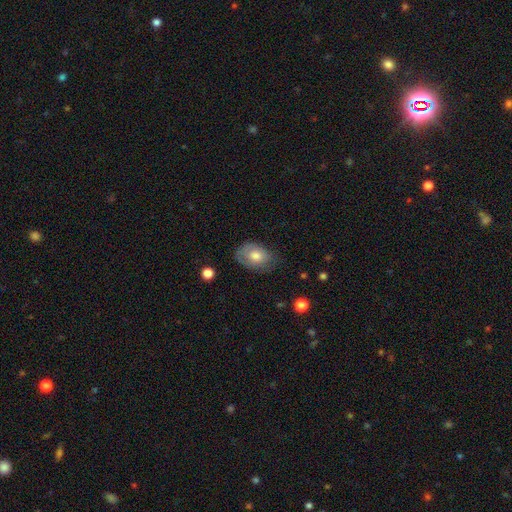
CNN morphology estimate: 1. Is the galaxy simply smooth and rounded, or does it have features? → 66% smooth, 27% featured or disk, 7% star or artifact.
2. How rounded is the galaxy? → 81% in between, 18% round, 1% cigar-shaped.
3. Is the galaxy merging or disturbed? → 61% none, 28% minor disturbance, 9% major disturbance, 1% merger.